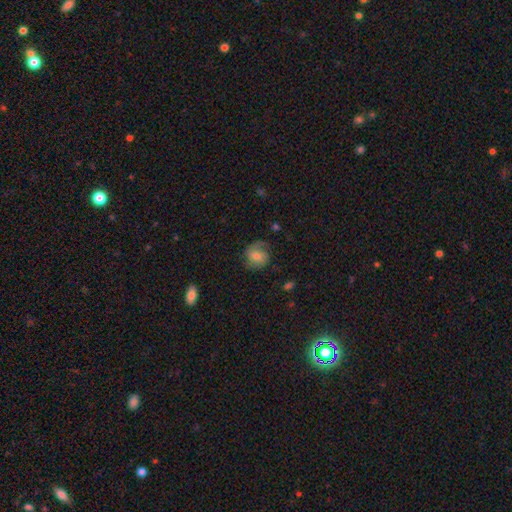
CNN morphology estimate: smooth 49%, featured or disk 42%, star or artifact 9%. Down the decision tree: merging — none (63%).